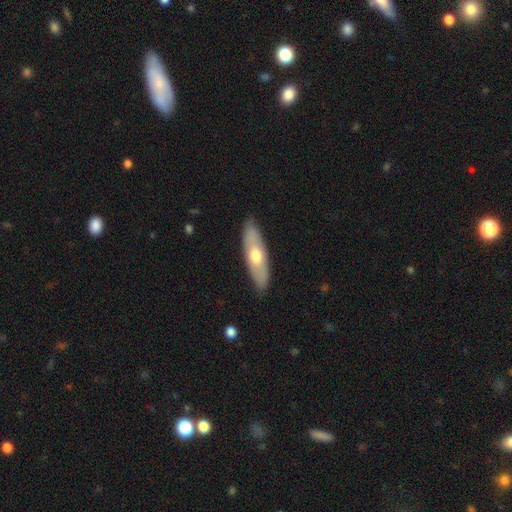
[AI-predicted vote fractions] Smooth or featured? Predicted: smooth (p=0.49). Merging? Predicted: none (p=0.87).